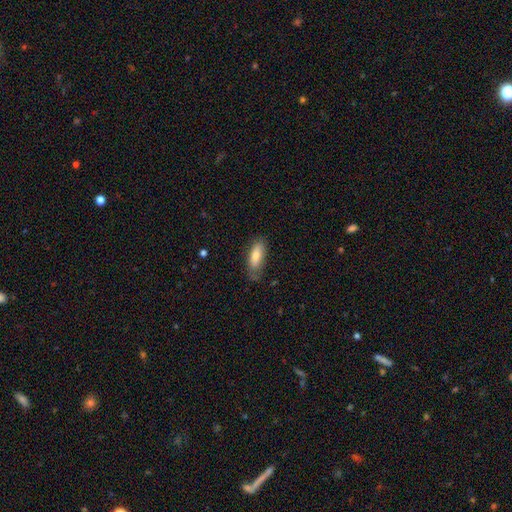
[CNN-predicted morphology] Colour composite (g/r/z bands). It shows a smooth galaxy with no disk features (78%) that is in between round and cigar-shaped (69%). Merging: none (70%).